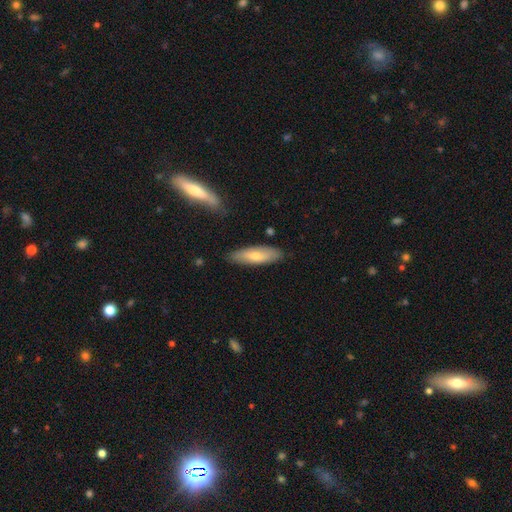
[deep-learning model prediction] smooth_or_featured: smooth (p=0.61) [alt: featured or disk p=0.33]
how_rounded: cigar-shaped (p=0.49) [tied with: in between p=0.49]
merging: none (p=0.83) [alt: minor disturbance p=0.13]